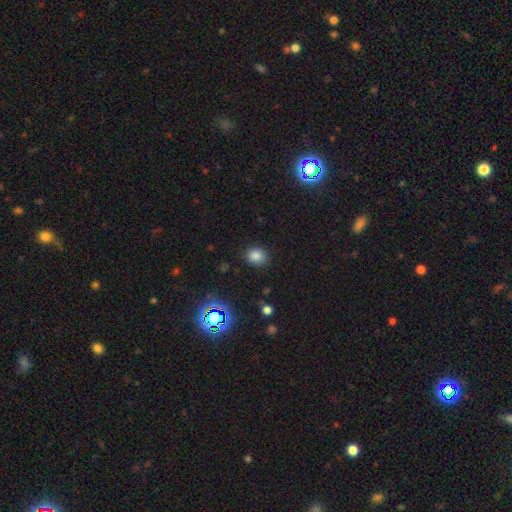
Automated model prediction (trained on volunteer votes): Morphology: type=smooth (80%); roundness=round (52%); merging=none (85%).